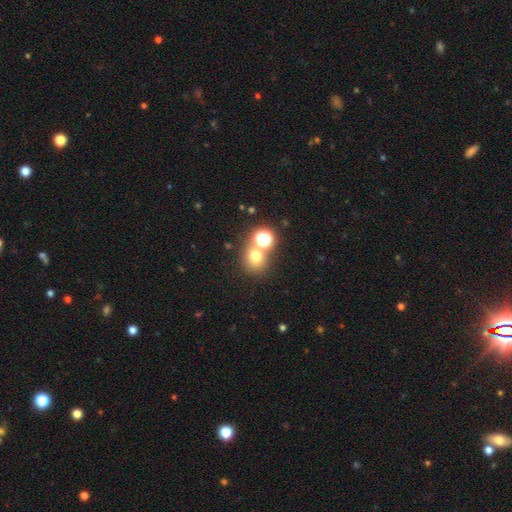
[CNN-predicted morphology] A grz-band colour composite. It shows a smooth galaxy with no disk features (67%) that is round (79%). Merging: none (60%).